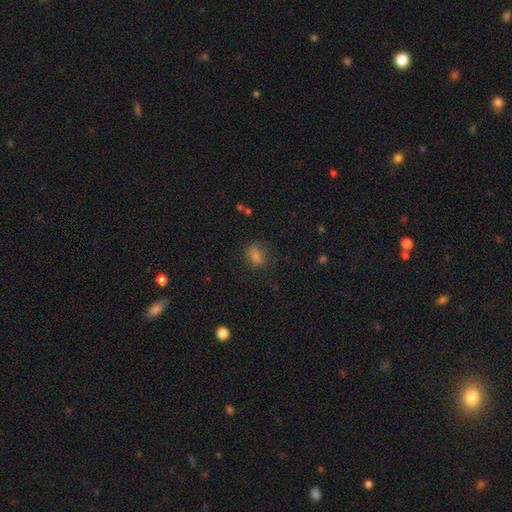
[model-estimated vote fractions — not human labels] Smooth or featured: smooth — 73% (star or artifact — 19%)
How rounded: in between — 67% (round — 29%)
Merging: none — 74% (minor disturbance — 17%)